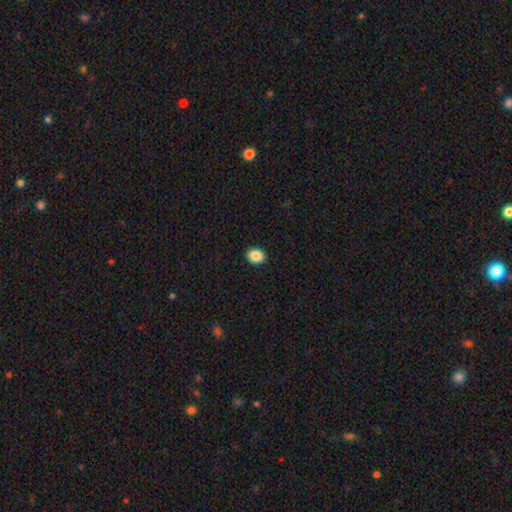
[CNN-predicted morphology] This appears to be a smooth galaxy with no disk features (88%) that is in between round and cigar-shaped (59%). Merging: none (92%).